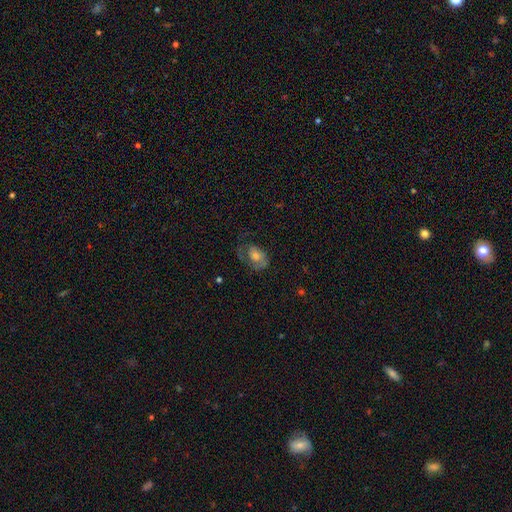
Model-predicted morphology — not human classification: Smooth or featured? Predicted: featured or disk (p=0.53). Edge-on disk? Predicted: no (p=0.95). Bar? Predicted: no (p=0.76). Spiral arms? Predicted: yes (p=0.66). Bulge size? Predicted: moderate (p=0.55). Merging? Predicted: none (p=0.49).